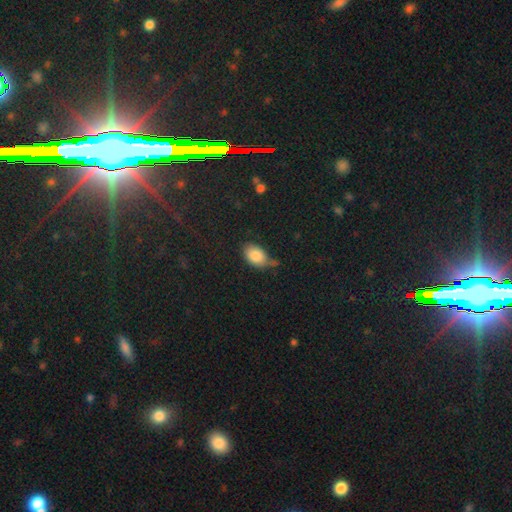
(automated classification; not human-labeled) smooth-or-featured: smooth: 84% | featured or disk: 8% | star or artifact: 8%
  how-rounded: in between: 89% | round: 10% | cigar-shaped: 2%
  merging: none: 53% | minor disturbance: 31% | major disturbance: 8% | merger: 8%